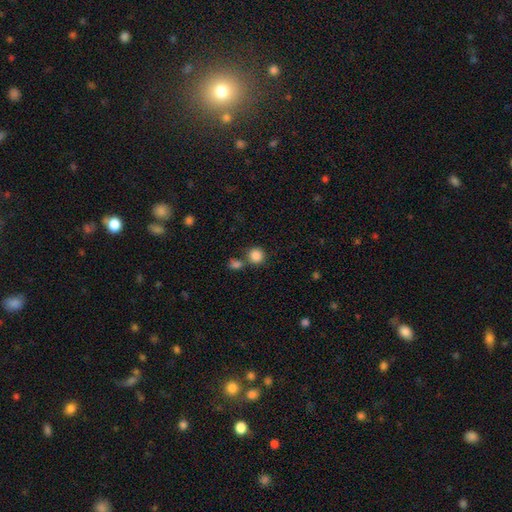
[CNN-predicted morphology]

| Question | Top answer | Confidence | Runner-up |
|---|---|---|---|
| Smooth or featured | smooth | 86% | star or artifact (10%) |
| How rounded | round | 90% | in between (9%) |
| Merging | none | 68% | merger (20%) |